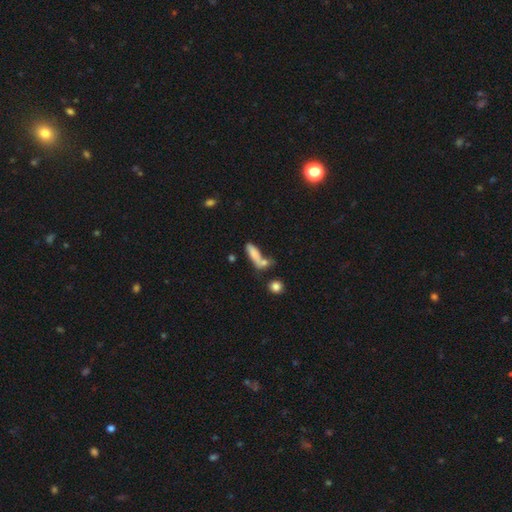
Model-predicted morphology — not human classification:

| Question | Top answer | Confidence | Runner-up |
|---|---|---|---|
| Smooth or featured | smooth | 76% | featured or disk (15%) |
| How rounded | cigar-shaped | 54% | in between (43%) |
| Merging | none | 39% | merger (34%) |